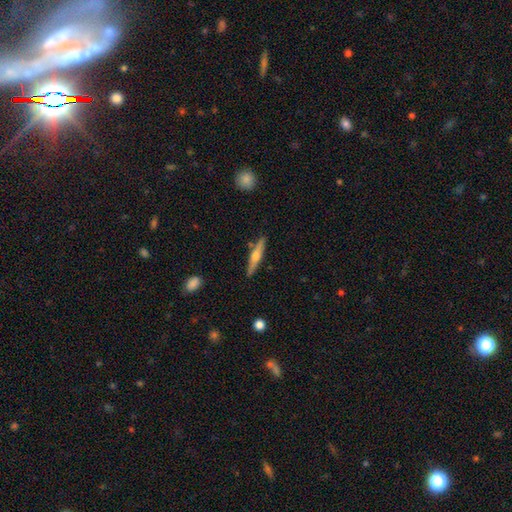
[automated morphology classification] A featured or disk galaxy (55%) viewed edge-on (95%) with a rounded central bulge (90%).

Vote fractions:
- Smooth or featured? featured or disk: 55% / smooth: 39% / star or artifact: 6%
- Edge-on disk? yes: 95% / no: 5%
- Edge-on bulge? rounded: 90% / none: 6% / boxy: 4%
- Merging? none: 86% / minor disturbance: 9% / merger: 3% / major disturbance: 2%